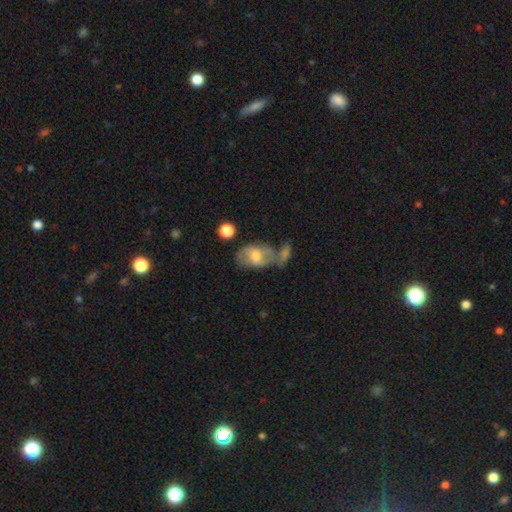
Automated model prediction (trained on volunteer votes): A featured or disk galaxy (50%). Merging: none (36%).